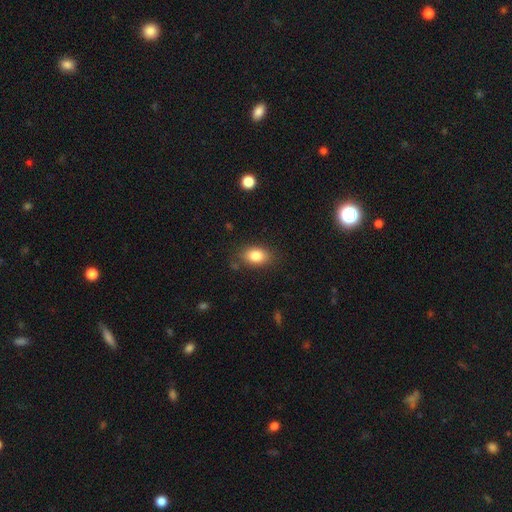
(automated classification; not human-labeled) smooth_or_featured: smooth (p=0.84) [alt: star or artifact p=0.09]
how_rounded: in between (p=0.83) [alt: round p=0.16]
merging: none (p=0.81) [alt: minor disturbance p=0.13]